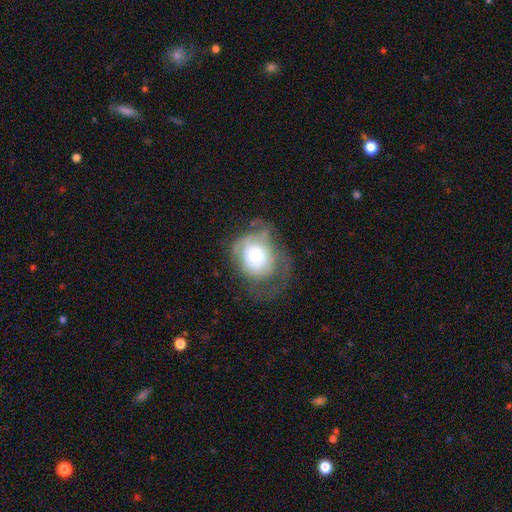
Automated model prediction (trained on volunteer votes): A featured or disk galaxy (50%). Merging: major disturbance (36%, tied with none).